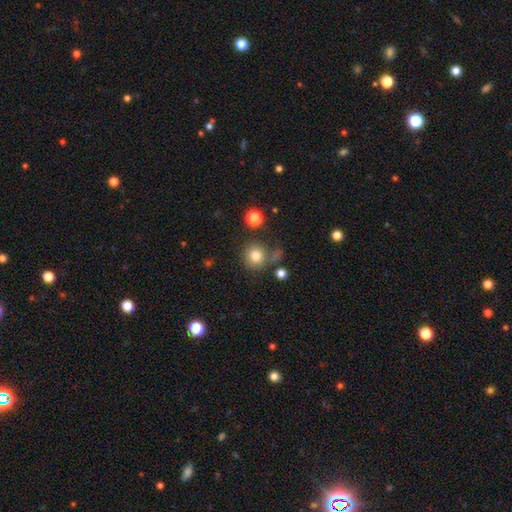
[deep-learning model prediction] The model was most divided on "merging": none: 64%, minor disturbance: 15%, merger: 12%, major disturbance: 9%. More confident: how rounded — round (89%); smooth or featured — smooth (81%).